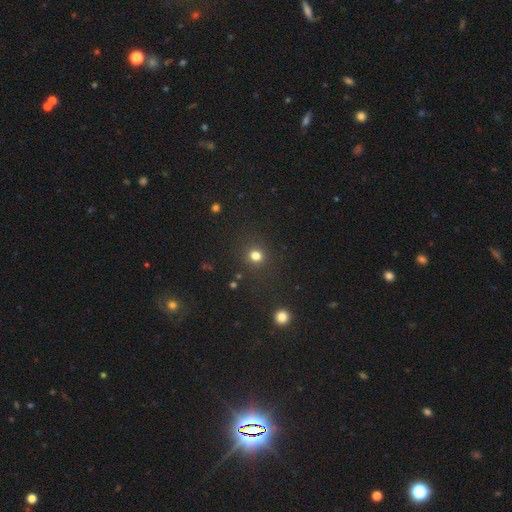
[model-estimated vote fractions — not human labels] smooth_or_featured: smooth (p=0.77) [alt: star or artifact p=0.17]
how_rounded: round (p=0.86) [alt: in between p=0.13]
merging: none (p=0.86) [alt: minor disturbance p=0.07]